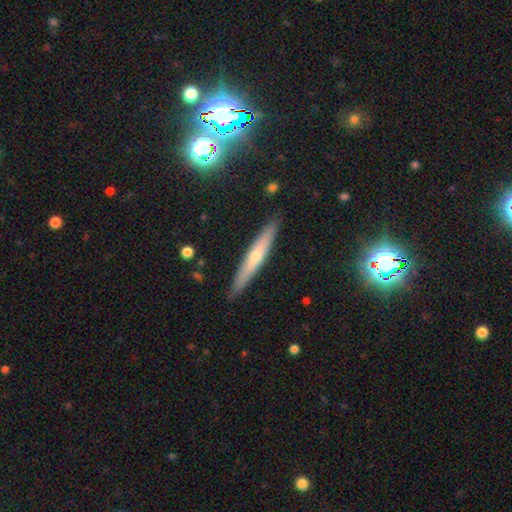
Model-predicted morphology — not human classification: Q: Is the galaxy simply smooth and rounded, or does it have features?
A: featured or disk — 50%.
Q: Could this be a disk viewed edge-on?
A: yes — 92%.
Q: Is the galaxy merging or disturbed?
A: none — 89%.